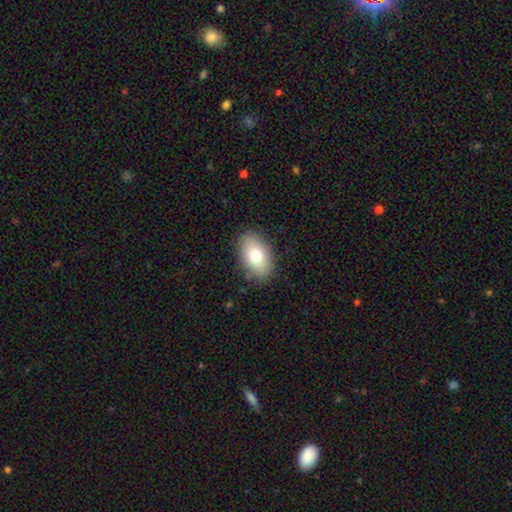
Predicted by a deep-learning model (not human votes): This is likely a smooth galaxy (75%). How rounded: clearly in between (90%). Merging: clearly none (86%).